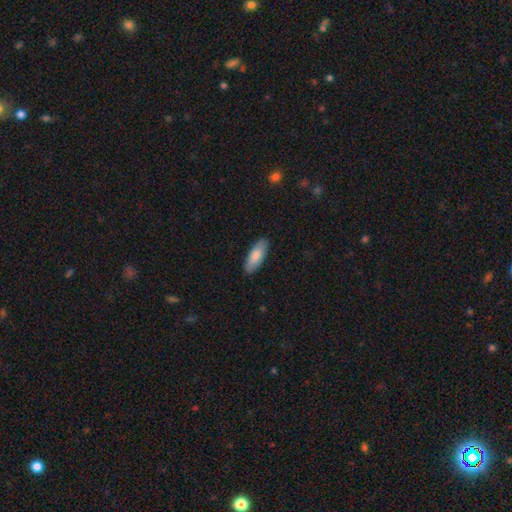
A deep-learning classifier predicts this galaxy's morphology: Smooth or featured?
  - smooth: 83% *
  - featured or disk: 12%
  - star or artifact: 5%
How rounded?
  - in between: 71% *
  - cigar-shaped: 27%
  - round: 2%
Merging?
  - none: 89% *
  - minor disturbance: 8%
  - major disturbance: 2%
  - merger: 1%